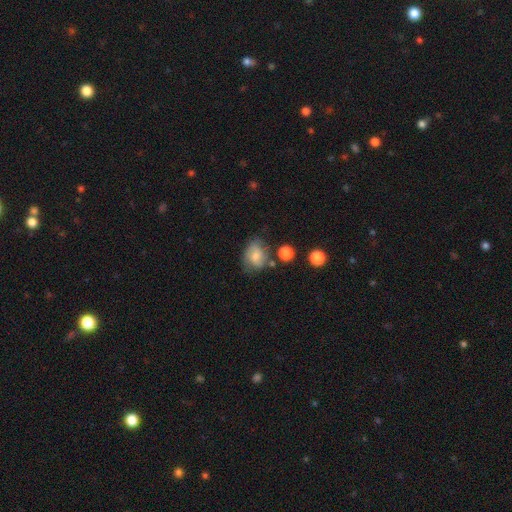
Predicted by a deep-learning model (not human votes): Overall: smooth (52%; featured or disk 38%). How rounded: in between (54%; round 45%). Merging: none (58%; minor disturbance 26%).